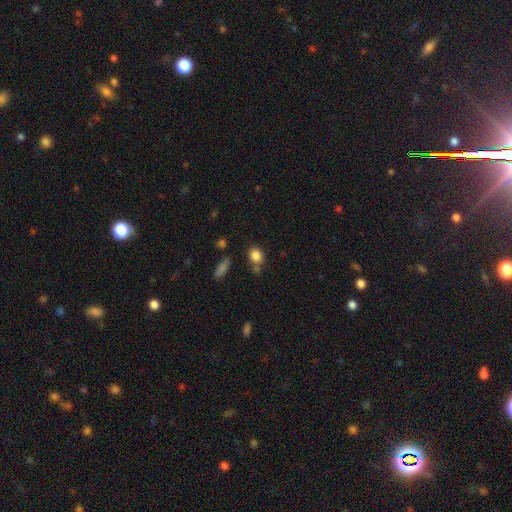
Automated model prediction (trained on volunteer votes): Smooth or featured? smooth (84%)
How rounded? round (58%)
Merging? none (66%)